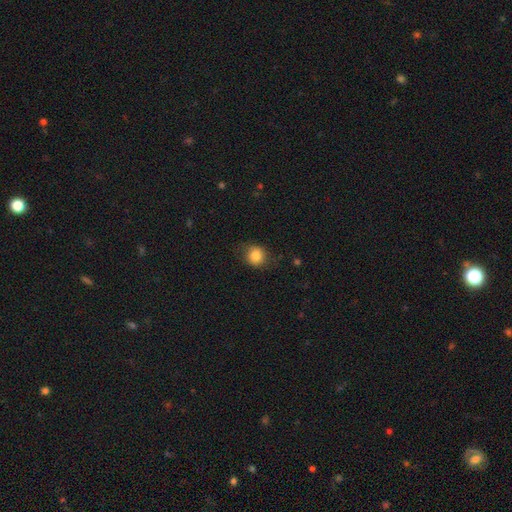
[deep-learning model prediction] Smooth or featured? Predicted: smooth (p=0.84). How rounded? Predicted: round (p=0.80). Merging? Predicted: none (p=0.78).